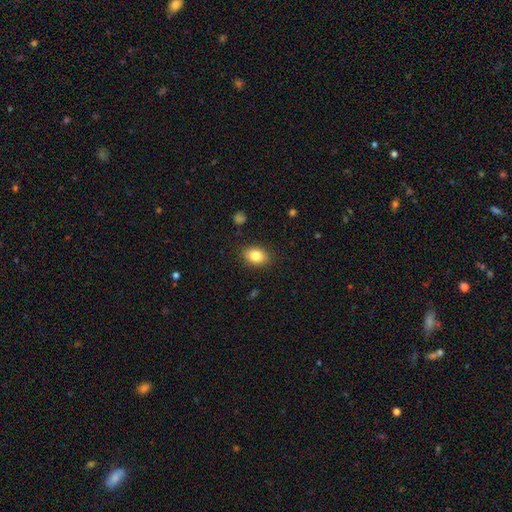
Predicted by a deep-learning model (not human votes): Smooth or featured? smooth (83%)
How rounded? in between (75%)
Merging? none (87%)